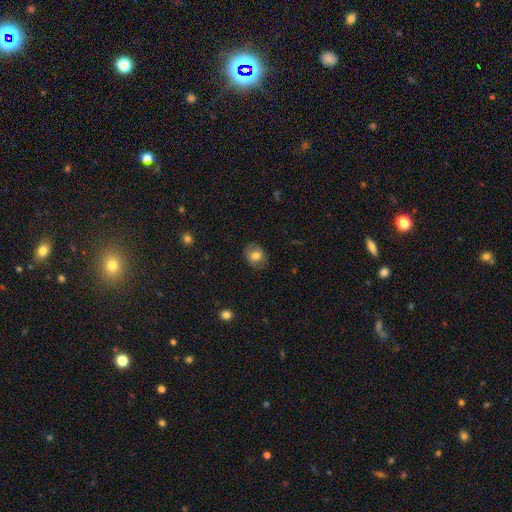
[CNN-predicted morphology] A smooth galaxy with no disk features (75%) that is round (57%).

Vote fractions:
- Smooth or featured? smooth: 75% / featured or disk: 16% / star or artifact: 9%
- How rounded? round: 57% / in between: 42% / cigar-shaped: 1%
- Merging? none: 81% / minor disturbance: 14% / major disturbance: 4% / merger: 1%